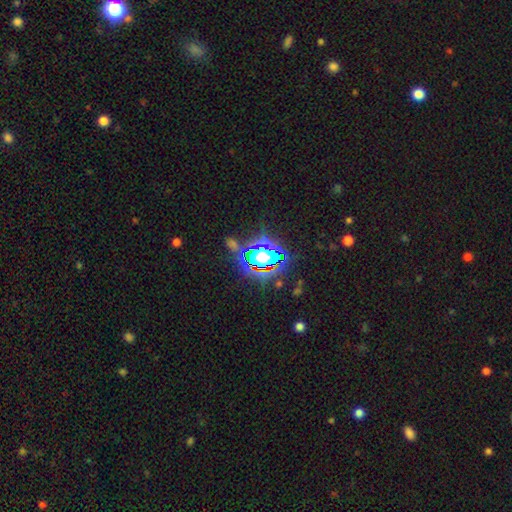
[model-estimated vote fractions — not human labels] This is likely a star or artifact rather than a galaxy (71%).